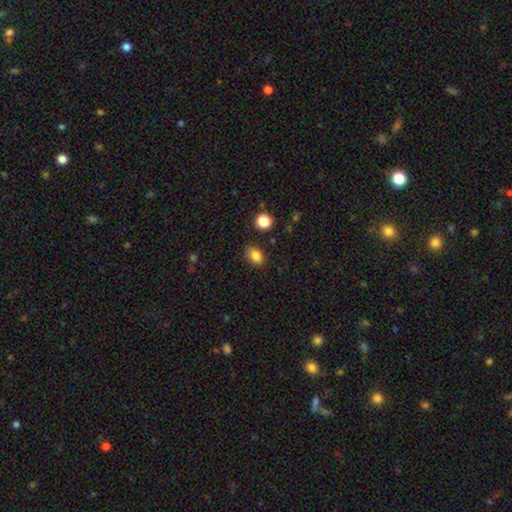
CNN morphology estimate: A smooth galaxy with no disk features (84%) that is in between round and cigar-shaped (71%).

Vote fractions:
- Smooth or featured? smooth: 84% / star or artifact: 10% / featured or disk: 5%
- How rounded? in between: 71% / round: 27% / cigar-shaped: 1%
- Merging? none: 81% / minor disturbance: 14% / major disturbance: 3% / merger: 2%